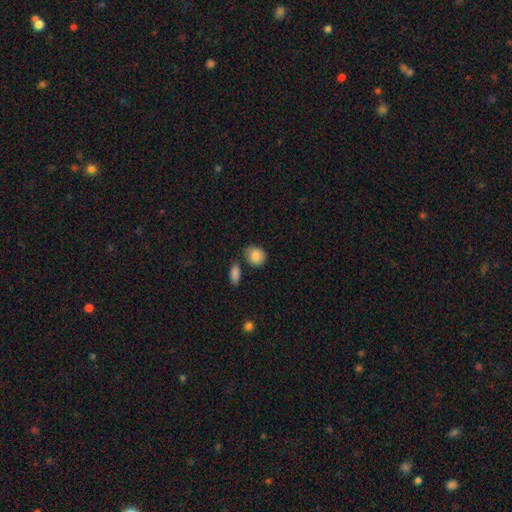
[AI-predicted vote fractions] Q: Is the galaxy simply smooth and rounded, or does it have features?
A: smooth — 86%.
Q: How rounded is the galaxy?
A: round — 55%.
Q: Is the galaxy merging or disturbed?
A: none — 66%.